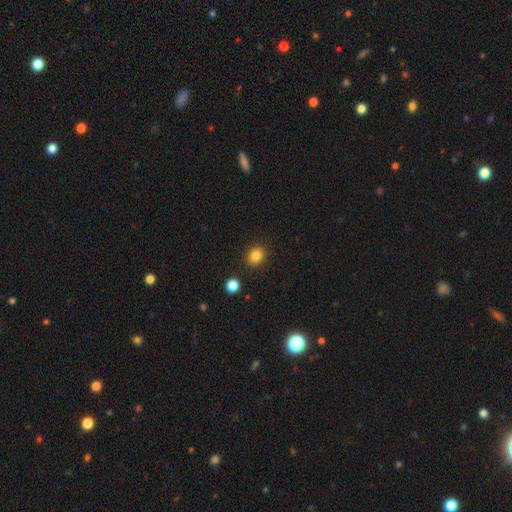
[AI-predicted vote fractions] Smooth or featured?
  - smooth: 84% *
  - star or artifact: 11%
  - featured or disk: 5%
How rounded?
  - round: 61% *
  - in between: 38%
  - cigar-shaped: 1%
Merging?
  - none: 88% *
  - minor disturbance: 7%
  - merger: 2%
  - major disturbance: 2%